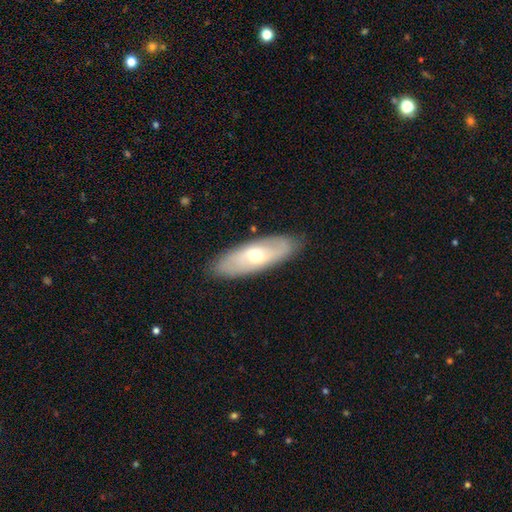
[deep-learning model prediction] featured or disk 51%, smooth 43%, star or artifact 6%. Down the decision tree: edge-on disk — no (76%); merging — none (86%).